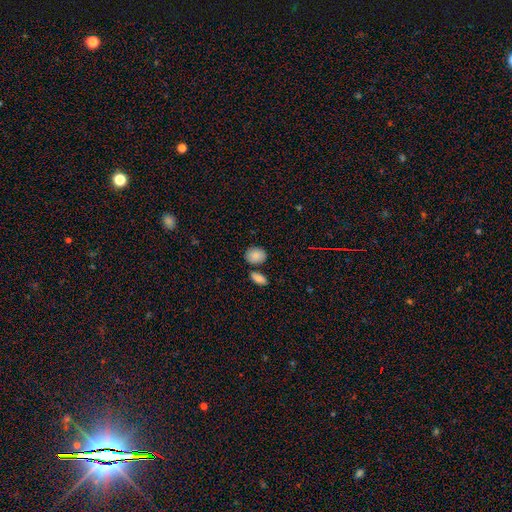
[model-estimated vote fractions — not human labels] Smooth or featured?
  - smooth: 86% *
  - star or artifact: 8%
  - featured or disk: 6%
How rounded?
  - in between: 63% *
  - round: 36%
  - cigar-shaped: 1%
Merging?
  - none: 68% *
  - merger: 16%
  - minor disturbance: 13%
  - major disturbance: 3%